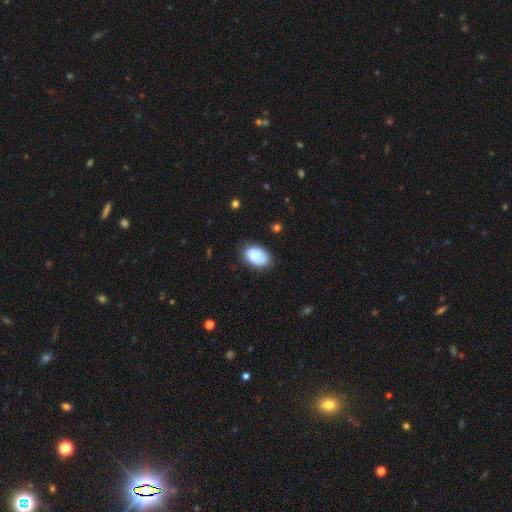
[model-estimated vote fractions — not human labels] smooth_or_featured: smooth (p=0.71) [alt: featured or disk p=0.21]
how_rounded: in between (p=0.88) [alt: round p=0.11]
merging: none (p=0.68) [alt: minor disturbance p=0.22]